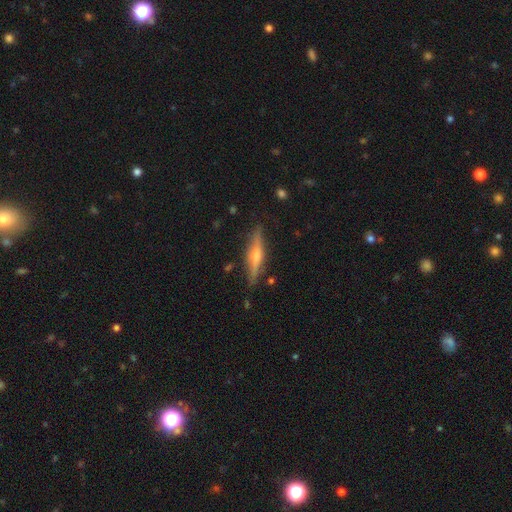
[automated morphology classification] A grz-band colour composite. It shows a featured or disk galaxy (69%) viewed edge-on (96%) with a rounded central bulge (85%). Merging: none (86%).